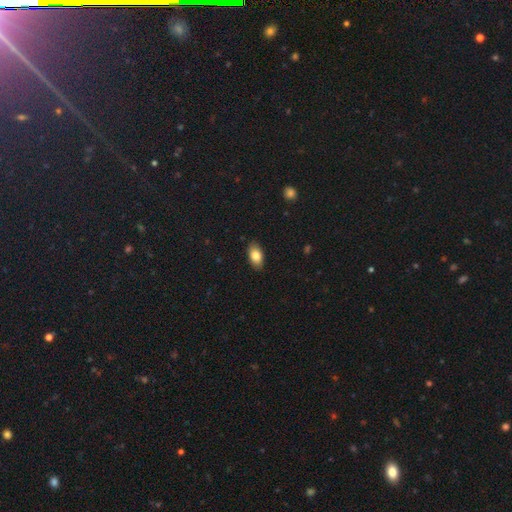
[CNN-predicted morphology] A smooth galaxy with no disk features (84%) that is in between round and cigar-shaped (92%).

Vote fractions:
- Smooth or featured? smooth: 84% / featured or disk: 9% / star or artifact: 7%
- How rounded? in between: 92% / round: 5% / cigar-shaped: 3%
- Merging? none: 87% / minor disturbance: 10% / major disturbance: 2% / merger: 1%